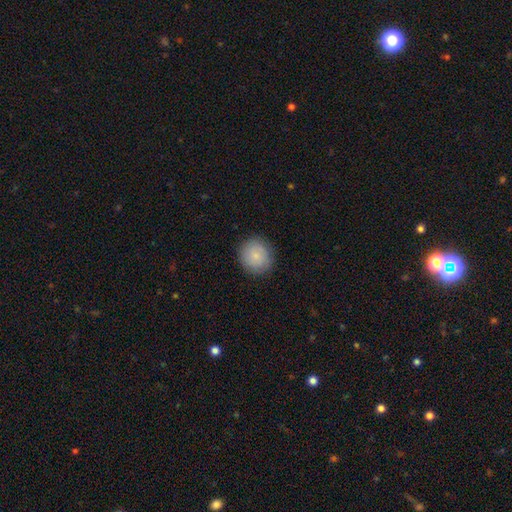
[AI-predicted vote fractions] The model was most divided on "smooth or featured": smooth: 86%, star or artifact: 7%, featured or disk: 7%. More confident: how rounded — round (90%); merging — none (88%).